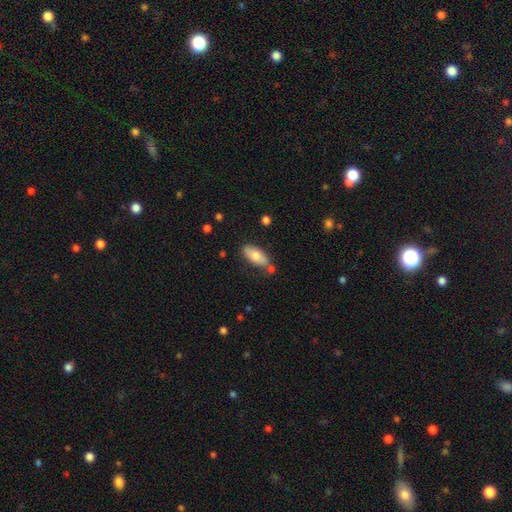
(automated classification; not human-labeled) Smooth or featured? Predicted: smooth (p=0.74). How rounded? Predicted: in between (p=0.84). Merging? Predicted: none (p=0.72).